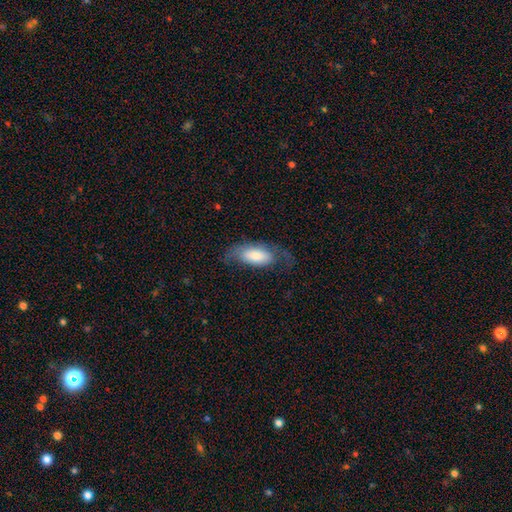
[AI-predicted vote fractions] Smooth or featured?
  - smooth: 60% *
  - featured or disk: 34%
  - star or artifact: 6%
How rounded?
  - in between: 86% *
  - cigar-shaped: 11%
  - round: 3%
Merging?
  - none: 52% *
  - minor disturbance: 25%
  - major disturbance: 21%
  - merger: 2%